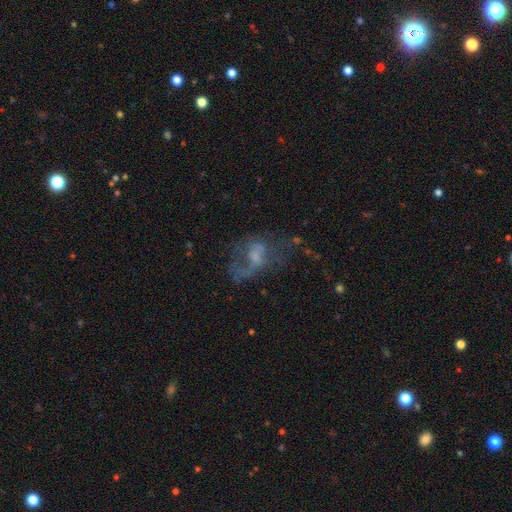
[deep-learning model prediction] featured or disk 59%, smooth 26%, star or artifact 15%. Down the decision tree: edge-on disk — no (96%); bar — no (63%); spiral arms — no (57%); bulge size — small (40%); merging — major disturbance (38%, tied with none).